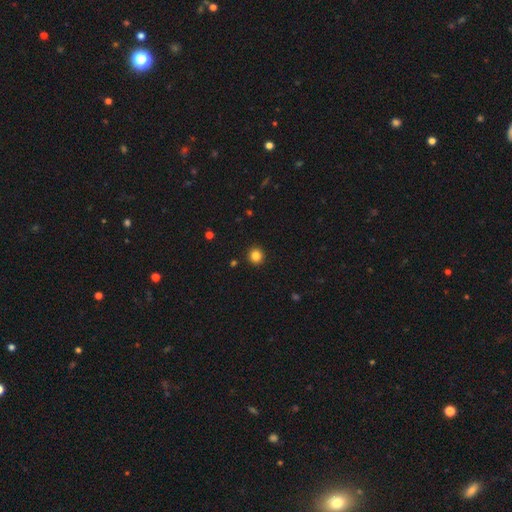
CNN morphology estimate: A smooth galaxy with no disk features (85%) that is round (91%). Merging: none (92%).